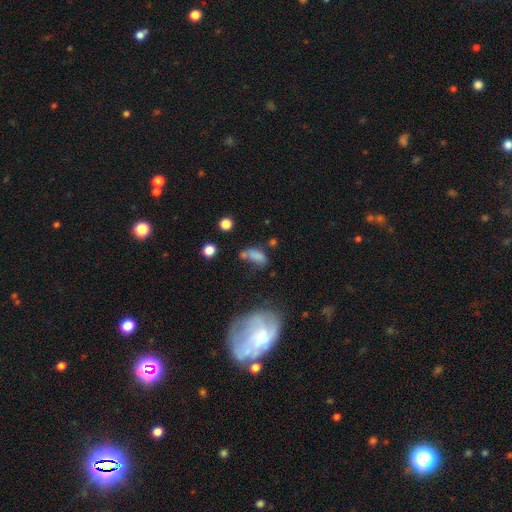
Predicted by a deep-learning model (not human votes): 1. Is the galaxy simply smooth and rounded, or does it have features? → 72% smooth, 15% featured or disk, 14% star or artifact.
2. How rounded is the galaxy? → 83% in between, 9% cigar-shaped, 8% round.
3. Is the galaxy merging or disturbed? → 34% none, 25% minor disturbance, 21% major disturbance, 20% merger.